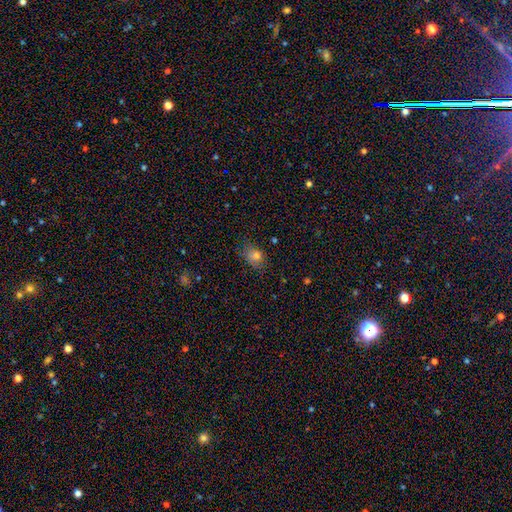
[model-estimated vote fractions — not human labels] This appears to be a smooth galaxy with no disk features (78%) that is in between round and cigar-shaped (62%). Merging: none (69%).